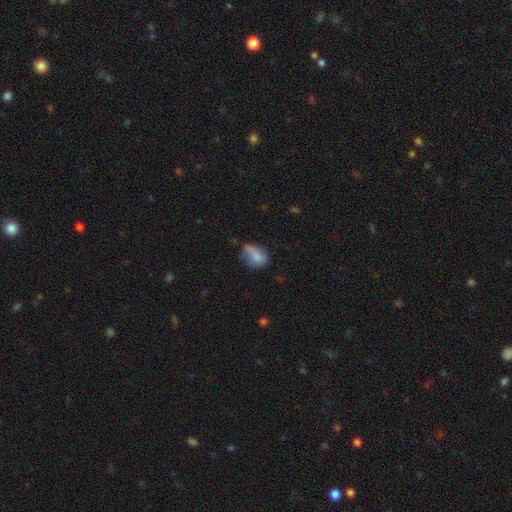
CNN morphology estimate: Q: Smooth or featured?
A: smooth (74%); runner-up: featured or disk (17%)
Q: How rounded?
A: in between (76%); runner-up: round (21%)
Q: Merging?
A: none (43%); runner-up: minor disturbance (34%)